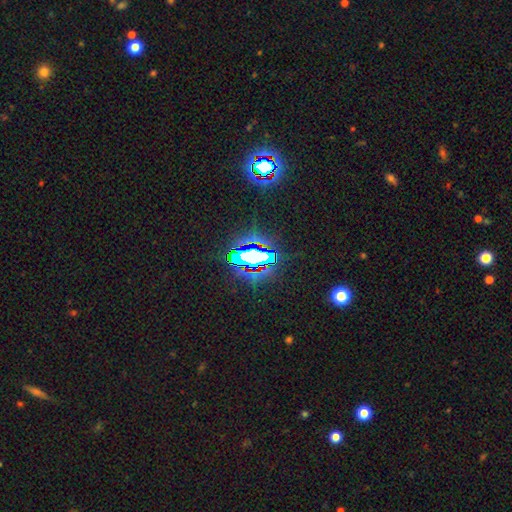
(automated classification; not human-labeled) Morphology: type=star or artifact (69%).